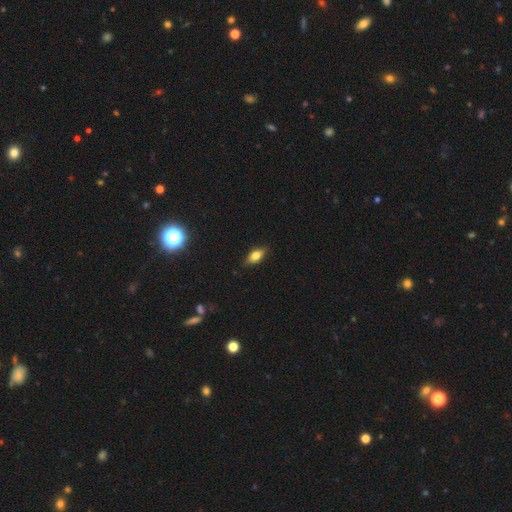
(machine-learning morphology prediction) Smooth or featured? Predicted: smooth (p=0.74). How rounded? Predicted: in between (p=0.83). Merging? Predicted: none (p=0.85).